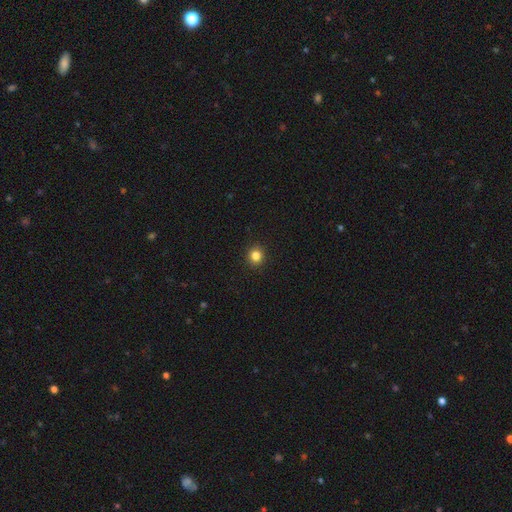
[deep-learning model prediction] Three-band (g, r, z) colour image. It shows a smooth galaxy with no disk features (83%) that is round (92%). Merging: none (93%).